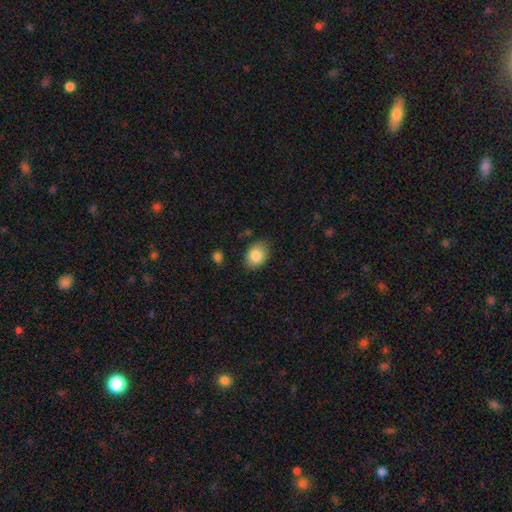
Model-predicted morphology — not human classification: smooth-or-featured: smooth: 85% | star or artifact: 7% | featured or disk: 7%
  how-rounded: in between: 76% | round: 23% | cigar-shaped: 1%
  merging: none: 81% | minor disturbance: 14% | major disturbance: 3% | merger: 2%